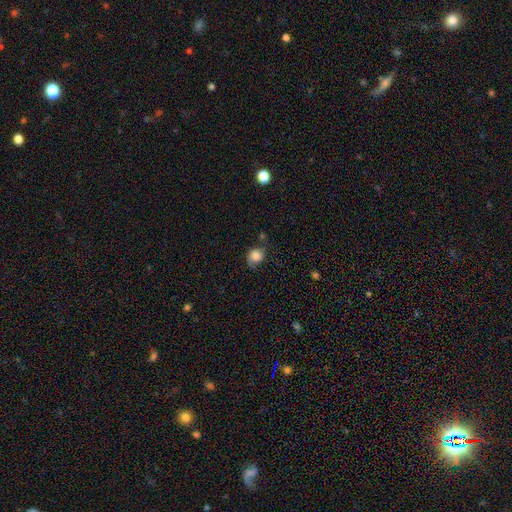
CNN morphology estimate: Smooth or featured? smooth (70%)
How rounded? round (65%)
Merging? none (54%)